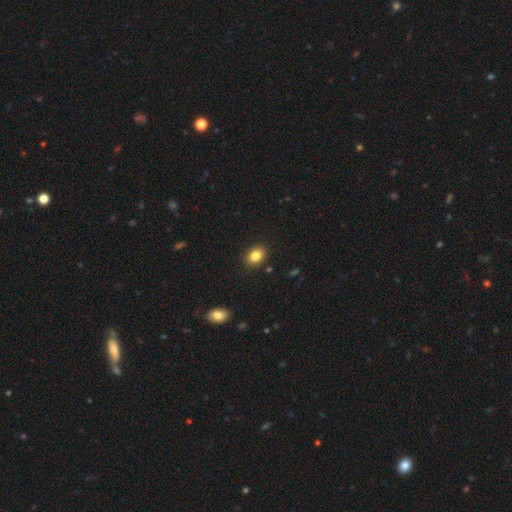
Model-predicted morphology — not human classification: smooth 83%, star or artifact 10%, featured or disk 7%. Down the decision tree: how rounded — in between (63%); merging — none (88%).